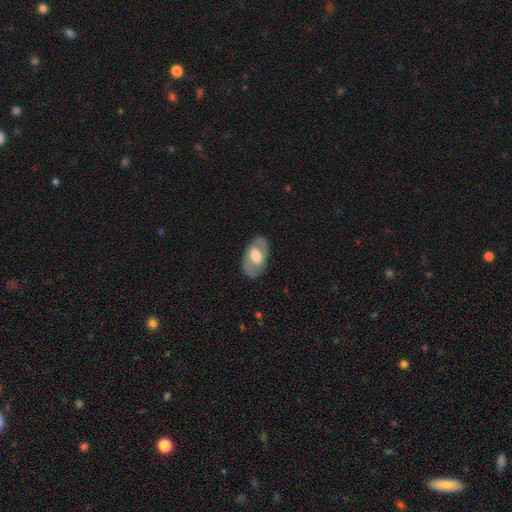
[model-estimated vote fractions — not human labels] Morphology: type=featured or disk (54%); edge-on=no (91%); merging=none (83%).